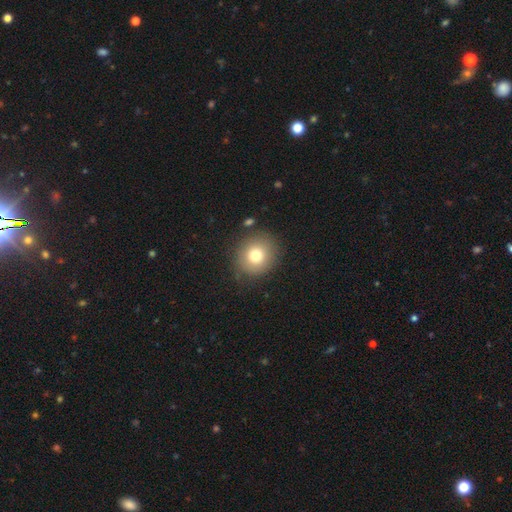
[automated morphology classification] smooth-or-featured: smooth: 77% | featured or disk: 12% | star or artifact: 11%
  how-rounded: round: 85% | in between: 14% | cigar-shaped: 1%
  merging: none: 83% | minor disturbance: 11% | major disturbance: 4% | merger: 3%